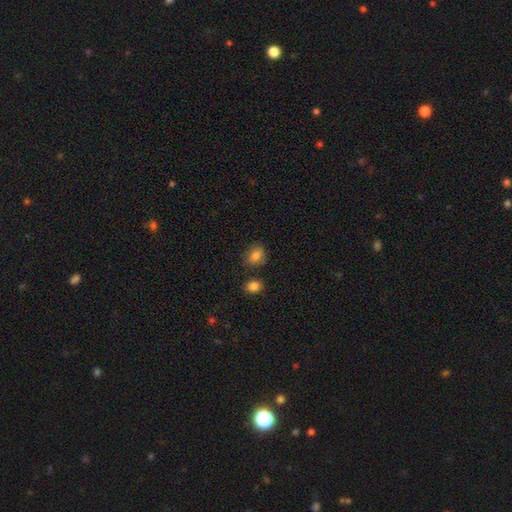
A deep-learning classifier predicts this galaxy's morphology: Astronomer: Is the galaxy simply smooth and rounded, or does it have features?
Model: smooth — 82%.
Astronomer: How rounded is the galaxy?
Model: round — 50% (runner-up: in between, 49%).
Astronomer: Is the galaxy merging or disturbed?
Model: none — 73%.